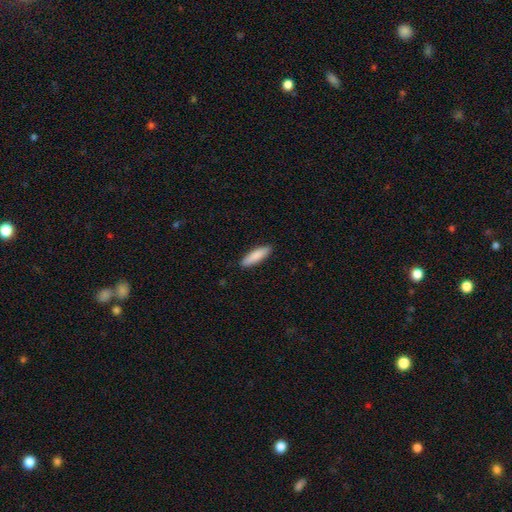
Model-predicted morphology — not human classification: smooth 87%, featured or disk 8%, star or artifact 5%. Down the decision tree: how rounded — cigar-shaped (65%); merging — none (91%).